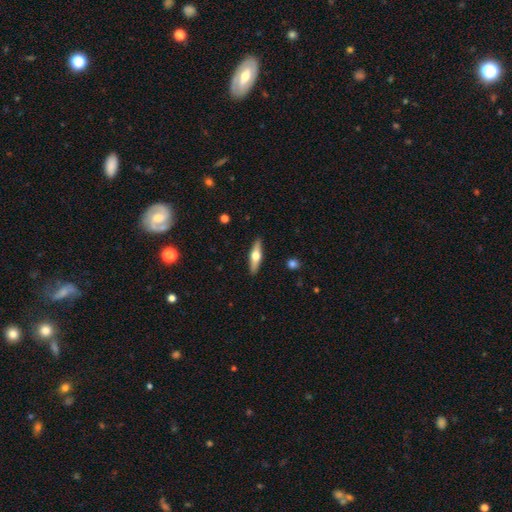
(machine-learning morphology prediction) Smooth or featured? Predicted: featured or disk (p=0.54). Edge-on disk? Predicted: yes (p=0.94). Edge-on bulge? Predicted: rounded (p=0.95). Merging? Predicted: none (p=0.90).